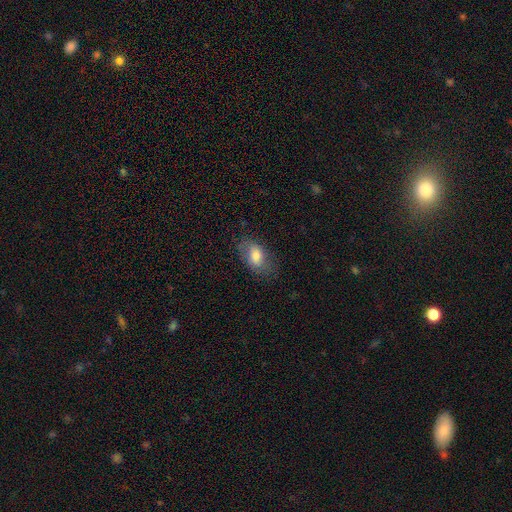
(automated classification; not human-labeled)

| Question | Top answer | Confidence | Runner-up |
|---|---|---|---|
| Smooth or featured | smooth | 73% | featured or disk (19%) |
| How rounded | in between | 88% | round (10%) |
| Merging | none | 73% | minor disturbance (18%) |